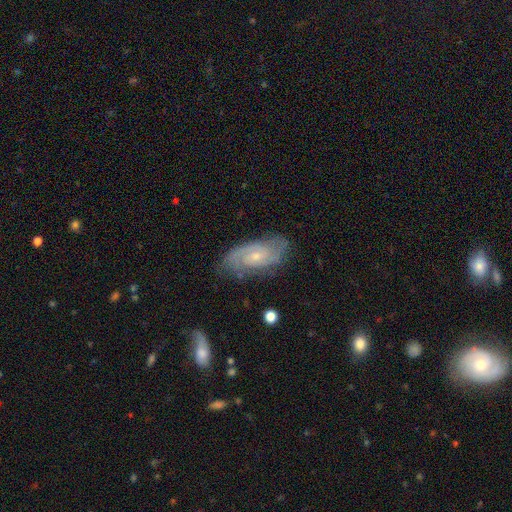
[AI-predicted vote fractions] Smooth or featured? Predicted: featured or disk (p=0.81). Edge-on disk? Predicted: no (p=0.94). Bar? Predicted: no (p=0.66). Spiral arms? Predicted: yes (p=0.94). Spiral winding? Predicted: tight (p=0.49). Spiral arm count? Predicted: 2 (p=0.66). Bulge size? Predicted: small (p=0.70). Merging? Predicted: none (p=0.75).